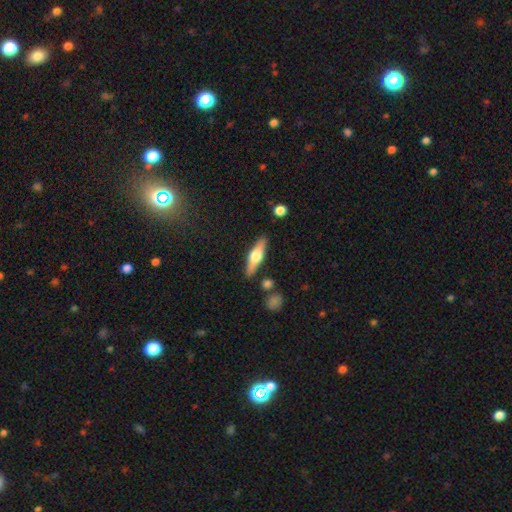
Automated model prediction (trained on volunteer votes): Overall: featured or disk (55%; smooth 39%). Edge-on disk: yes (93%). Edge-on bulge: rounded (93%). Merging: none (85%).